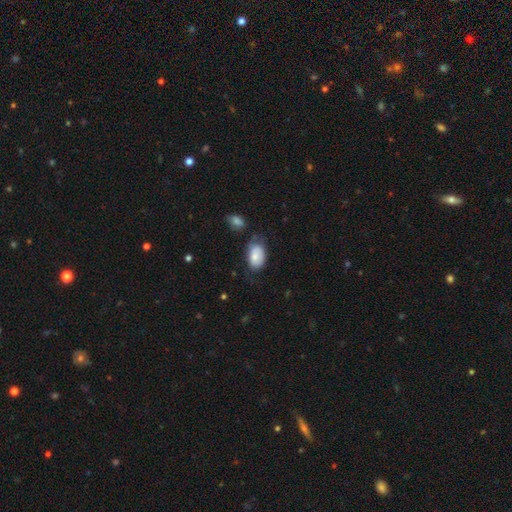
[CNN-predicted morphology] Q: Smooth or featured?
A: smooth (77%); runner-up: featured or disk (17%)
Q: How rounded?
A: in between (92%); runner-up: round (6%)
Q: Merging?
A: none (50%); runner-up: minor disturbance (33%)